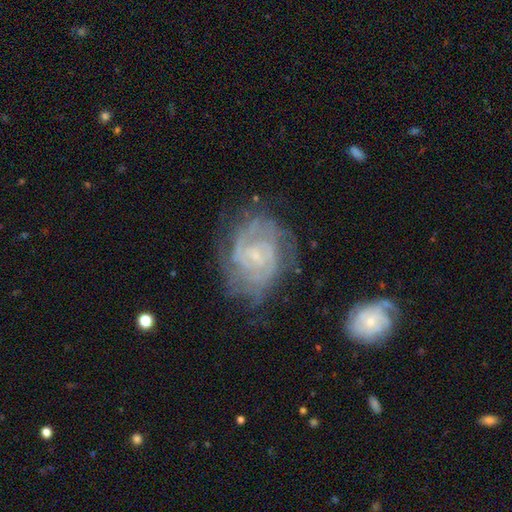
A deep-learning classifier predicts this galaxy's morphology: The model was most divided on "spiral arm count": can't tell: 34%, 2: 32%, 3: 15%, 4: 8%, more than 4: 5%, 1: 5%. Remaining: edge-on disk — no (97%); spiral arms — yes (95%); smooth or featured — featured or disk (85%); bulge size — small (73%); merging — none (67%); spiral winding — tight (64%); bar — weak (48%).